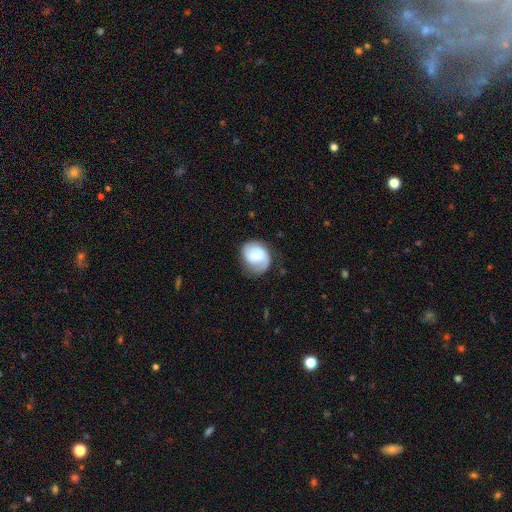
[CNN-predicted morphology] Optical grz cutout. It shows a featured or disk galaxy (54%) with no bar (48%), spiral arms (82%) and a moderate central bulge (62%). Merging: none (65%).